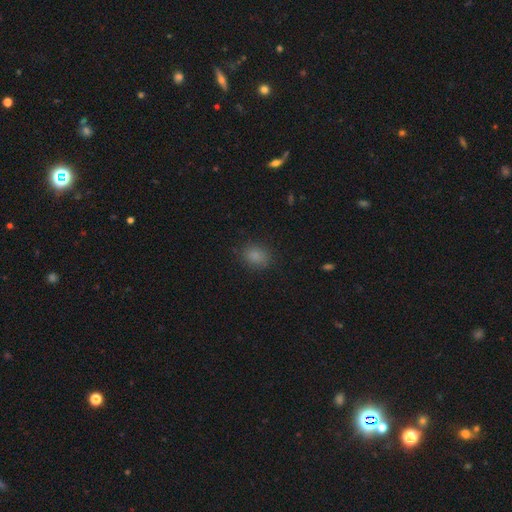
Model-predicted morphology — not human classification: This appears to be a smooth galaxy with no disk features (83%) that is in between round and cigar-shaped (50%). Merging: none (83%).